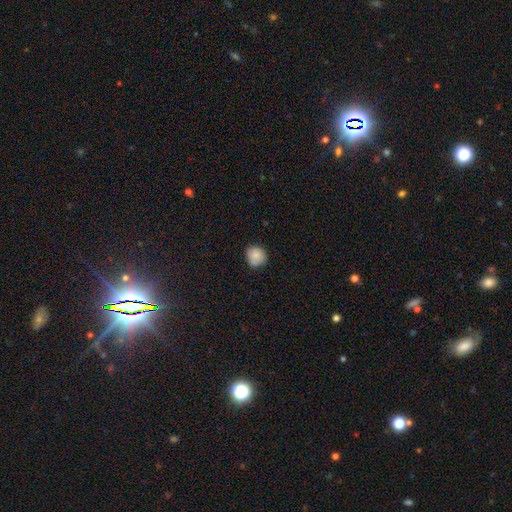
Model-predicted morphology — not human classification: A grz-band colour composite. It shows a smooth galaxy with no disk features (82%) that is round (87%). Merging: none (76%).